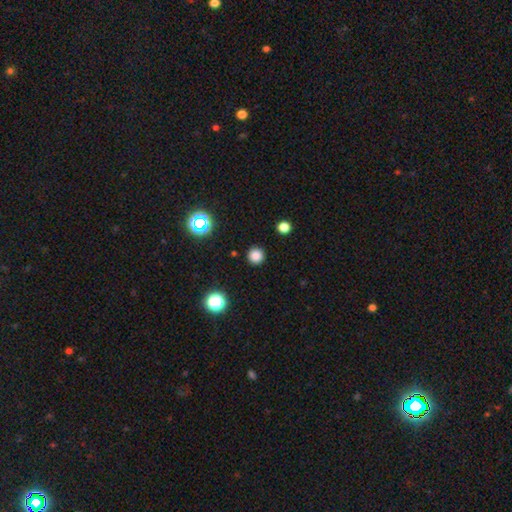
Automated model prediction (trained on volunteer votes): This appears to be a smooth galaxy with no disk features (81%) that is round (96%). Merging: none (92%).